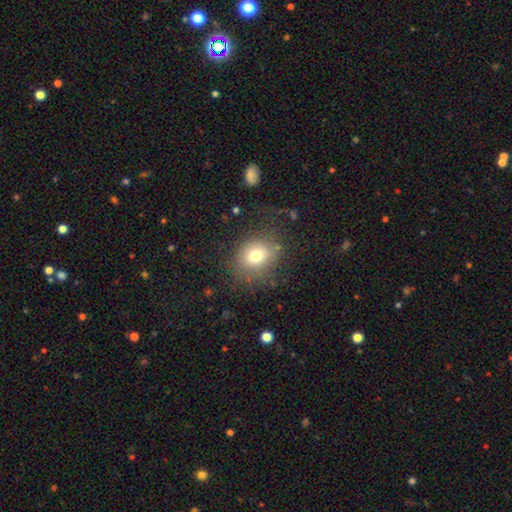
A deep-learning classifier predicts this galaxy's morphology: type=smooth (74%); roundness=round (61%); merging=none (70%).